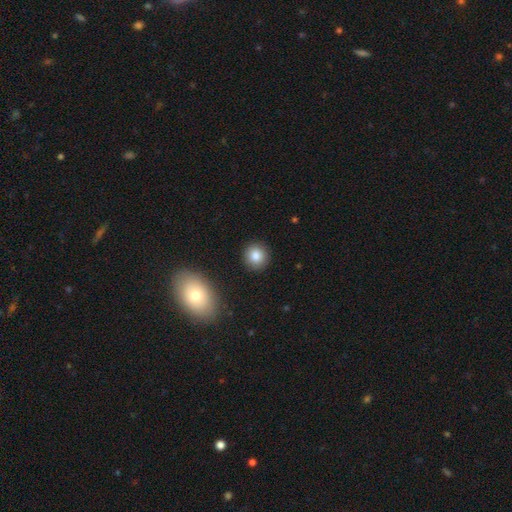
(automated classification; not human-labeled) smooth-or-featured: smooth: 83% | star or artifact: 10% | featured or disk: 7%
  how-rounded: round: 88% | in between: 11% | cigar-shaped: 1%
  merging: none: 90% | minor disturbance: 6% | major disturbance: 2% | merger: 2%